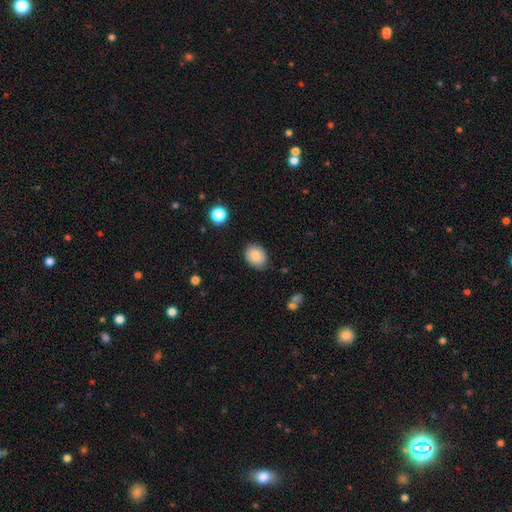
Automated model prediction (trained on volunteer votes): A smooth galaxy with no disk features (84%) that is in between round and cigar-shaped (59%).

Vote fractions:
- Smooth or featured? smooth: 84% / featured or disk: 8% / star or artifact: 8%
- How rounded? in between: 59% / round: 40% / cigar-shaped: 1%
- Merging? none: 83% / minor disturbance: 13% / major disturbance: 3% / merger: 1%